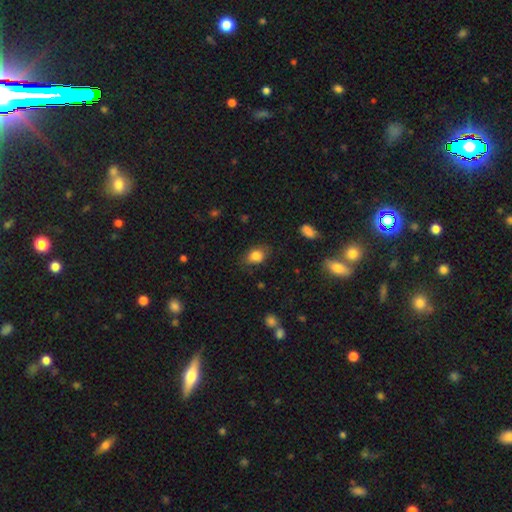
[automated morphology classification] Q: Smooth or featured?
A: smooth (82%); runner-up: star or artifact (9%)
Q: How rounded?
A: in between (72%); runner-up: round (26%)
Q: Merging?
A: none (71%); runner-up: minor disturbance (22%)